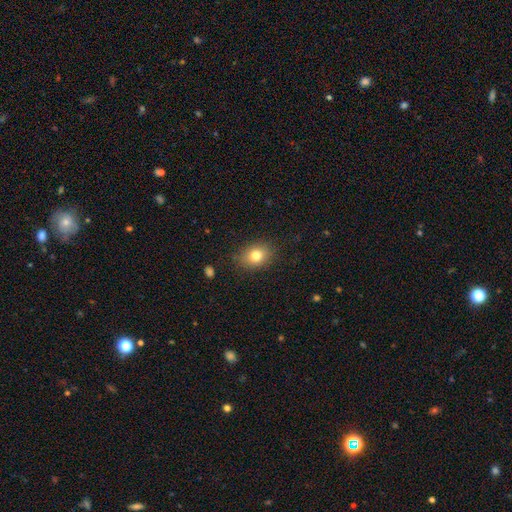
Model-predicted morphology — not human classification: Q: Smooth or featured?
A: smooth (79%); runner-up: star or artifact (11%)
Q: How rounded?
A: in between (58%); runner-up: round (41%)
Q: Merging?
A: none (84%); runner-up: minor disturbance (12%)